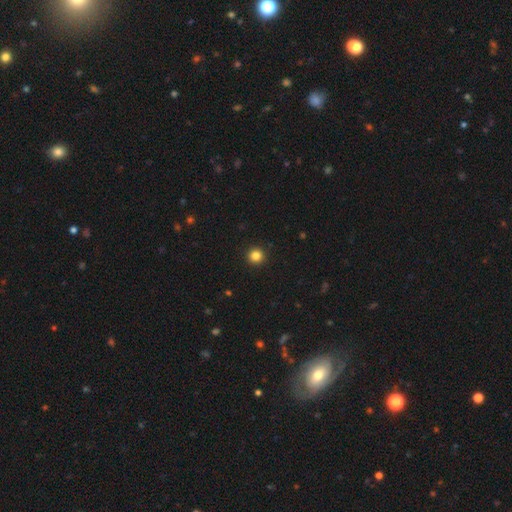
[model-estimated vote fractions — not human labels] This is clearly a smooth galaxy (84%). How rounded: clearly round (96%). Merging: clearly none (94%).